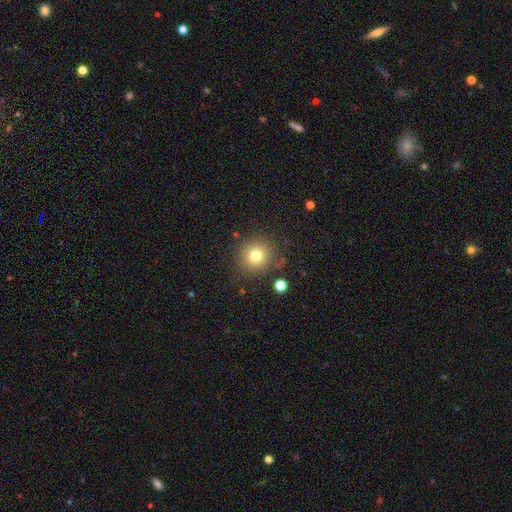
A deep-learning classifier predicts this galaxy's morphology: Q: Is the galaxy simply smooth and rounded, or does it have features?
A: smooth — 76%.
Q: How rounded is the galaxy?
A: round — 91%.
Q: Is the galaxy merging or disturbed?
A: none — 84%.